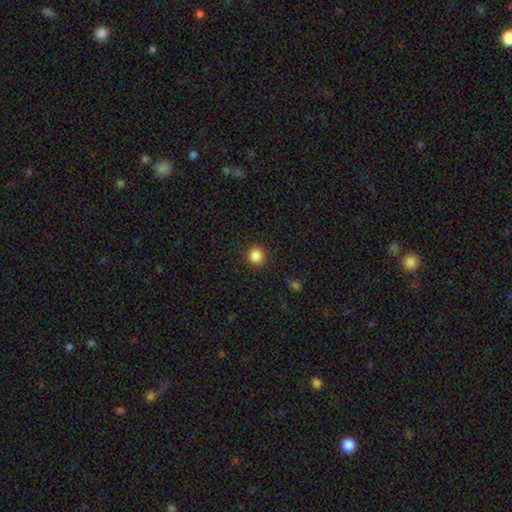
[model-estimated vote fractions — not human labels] smooth 86%, star or artifact 11%, featured or disk 3%. Down the decision tree: how rounded — round (93%); merging — none (91%).